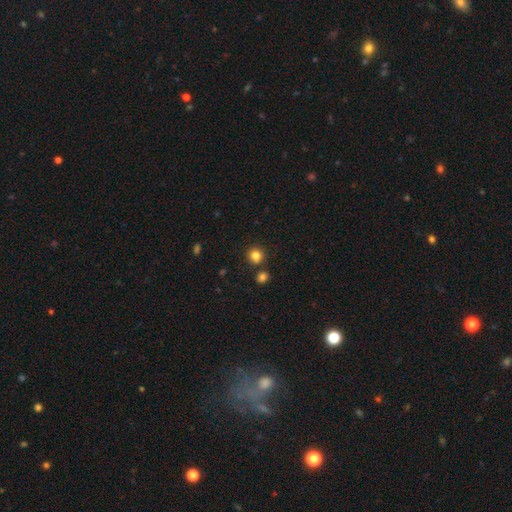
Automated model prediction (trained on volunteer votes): A smooth galaxy with no disk features (82%) that is round (89%).

Vote fractions:
- Smooth or featured? smooth: 82% / star or artifact: 12% / featured or disk: 6%
- How rounded? round: 89% / in between: 10% / cigar-shaped: 1%
- Merging? none: 78% / merger: 11% / minor disturbance: 8% / major disturbance: 3%